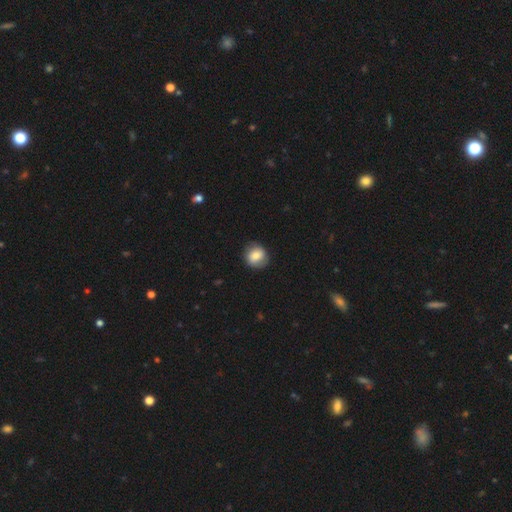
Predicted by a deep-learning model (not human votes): A smooth galaxy with no disk features (74%) that is round (80%).

Vote fractions:
- Smooth or featured? smooth: 74% / featured or disk: 18% / star or artifact: 8%
- How rounded? round: 80% / in between: 19% / cigar-shaped: 1%
- Merging? none: 83% / minor disturbance: 13% / major disturbance: 3% / merger: 1%